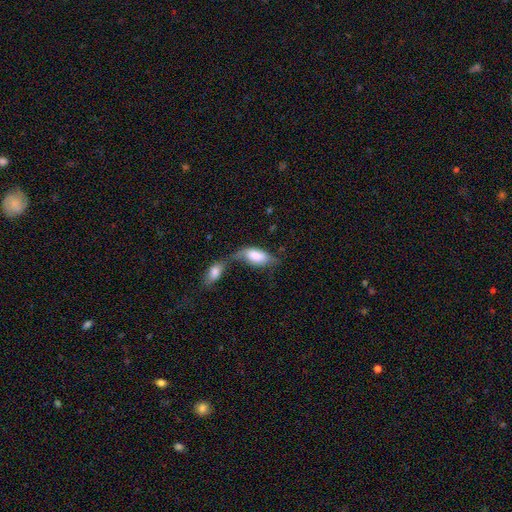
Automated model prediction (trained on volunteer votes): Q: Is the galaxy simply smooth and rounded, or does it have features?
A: smooth — 79%.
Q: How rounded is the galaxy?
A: in between — 91%.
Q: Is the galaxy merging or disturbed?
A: merger — 60%.